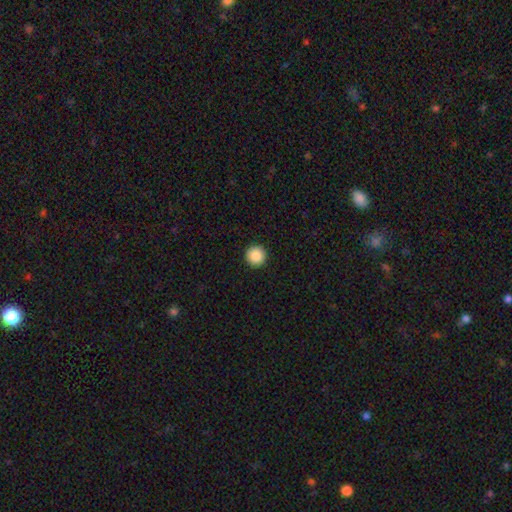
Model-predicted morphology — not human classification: A smooth galaxy with no disk features (87%) that is round (96%). Merging: none (94%).